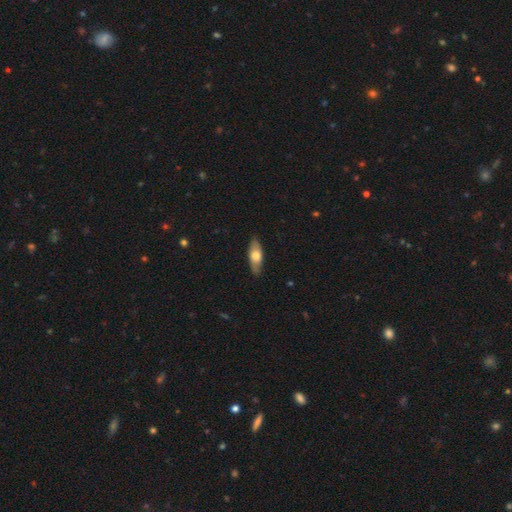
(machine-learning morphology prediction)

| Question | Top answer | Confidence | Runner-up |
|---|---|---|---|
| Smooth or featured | smooth | 62% | featured or disk (32%) |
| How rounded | in between | 70% | cigar-shaped (28%) |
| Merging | none | 85% | minor disturbance (12%) |